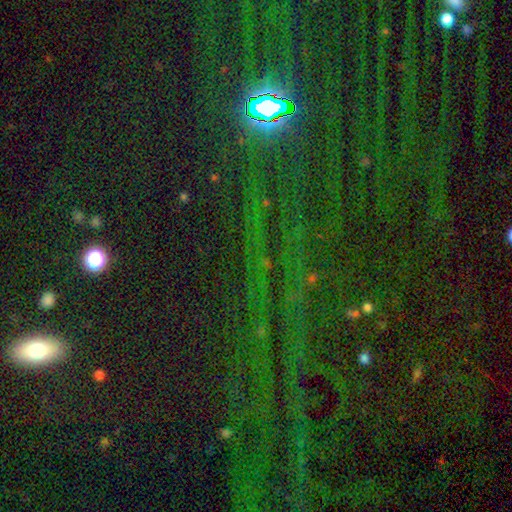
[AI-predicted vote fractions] Smooth or featured? star or artifact (83%)